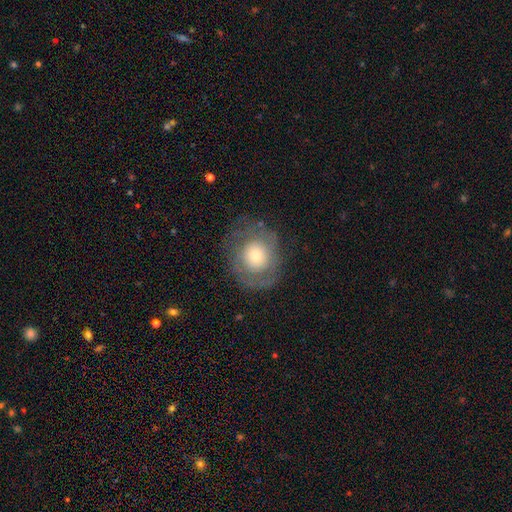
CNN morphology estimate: featured or disk 49%, smooth 43%, star or artifact 8%. Down the decision tree: merging — none (68%).